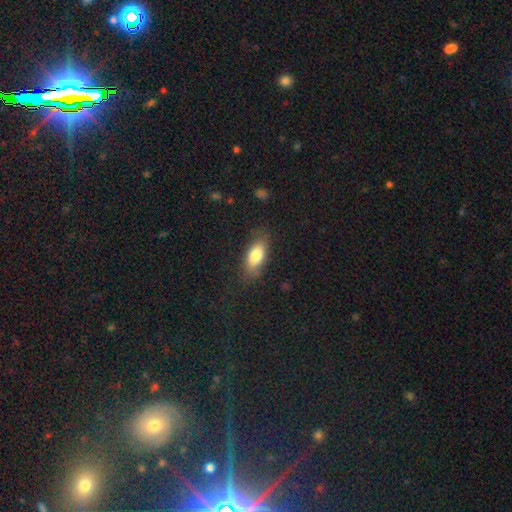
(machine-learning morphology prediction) This appears to be a smooth galaxy with no disk features (80%) that is in between round and cigar-shaped (86%). Merging: none (78%).